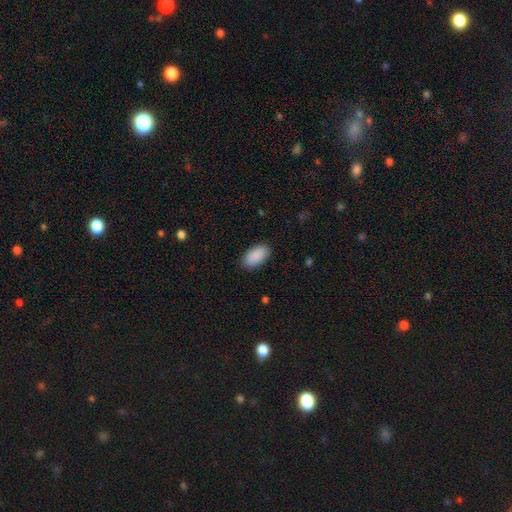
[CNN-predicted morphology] The model was most divided on "merging": none: 87%, minor disturbance: 9%, major disturbance: 2%, merger: 1%. More confident: how rounded — in between (95%); smooth or featured — smooth (90%).